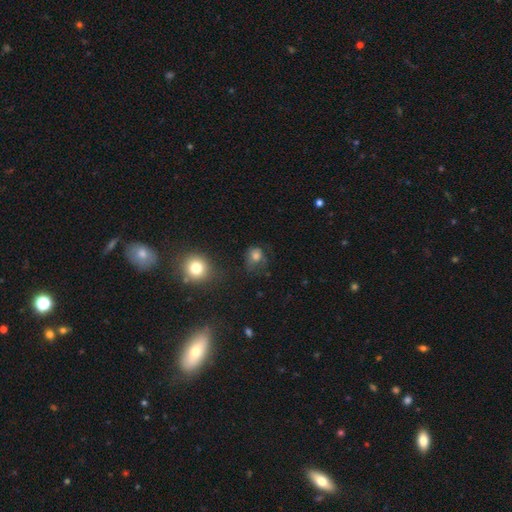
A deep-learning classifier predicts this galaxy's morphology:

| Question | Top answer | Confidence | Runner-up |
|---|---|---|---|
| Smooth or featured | smooth | 73% | star or artifact (15%) |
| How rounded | round | 68% | in between (30%) |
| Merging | none | 46% | minor disturbance (27%) |